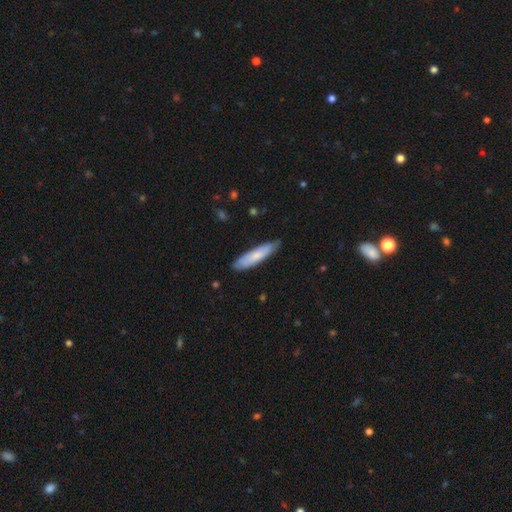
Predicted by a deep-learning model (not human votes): smooth 72%, featured or disk 22%, star or artifact 5%. Down the decision tree: how rounded — cigar-shaped (75%); merging — none (81%).